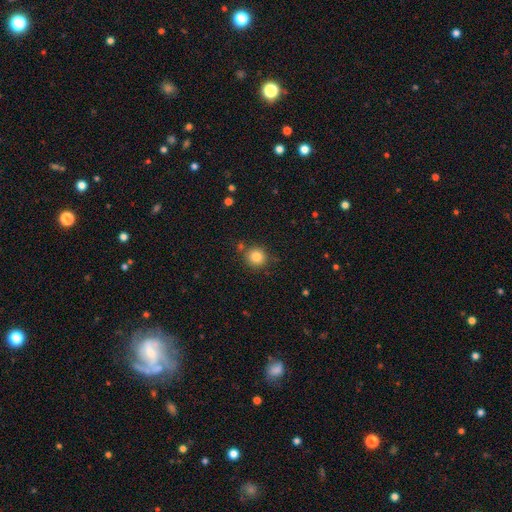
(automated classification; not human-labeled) A smooth galaxy with no disk features (84%) that is round (90%). Merging: none (81%).